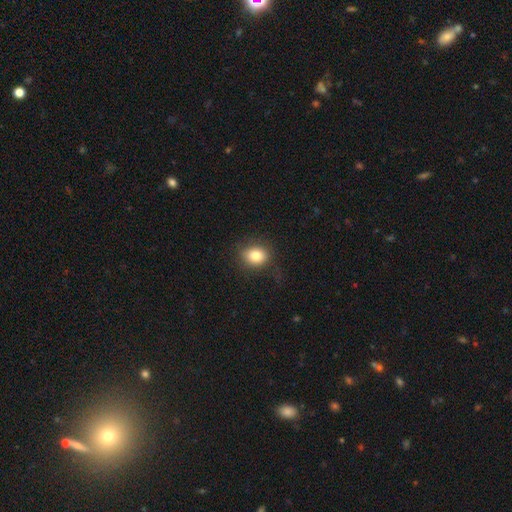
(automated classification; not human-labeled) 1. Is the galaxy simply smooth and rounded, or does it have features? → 81% smooth, 10% star or artifact, 9% featured or disk.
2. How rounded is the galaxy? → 52% round, 47% in between, 1% cigar-shaped.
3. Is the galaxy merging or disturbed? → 76% none, 16% minor disturbance, 7% major disturbance, 1% merger.